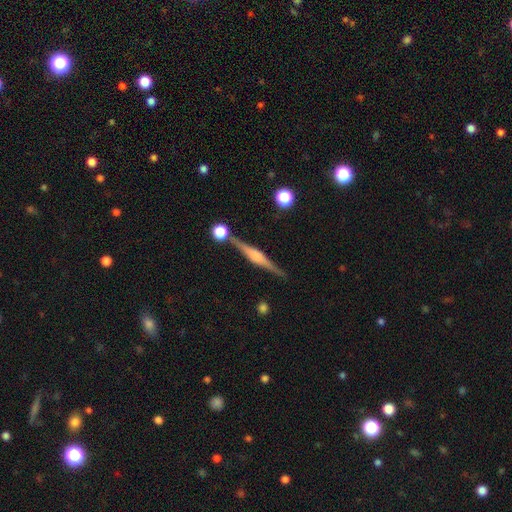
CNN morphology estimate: smooth-or-featured: featured or disk: 81% | smooth: 13% | star or artifact: 6%
  disk-edge-on: yes: 98% | no: 2%
    edge-on-bulge: rounded: 66% | boxy: 29% | none: 5%
  merging: none: 84% | minor disturbance: 9% | merger: 5% | major disturbance: 2%